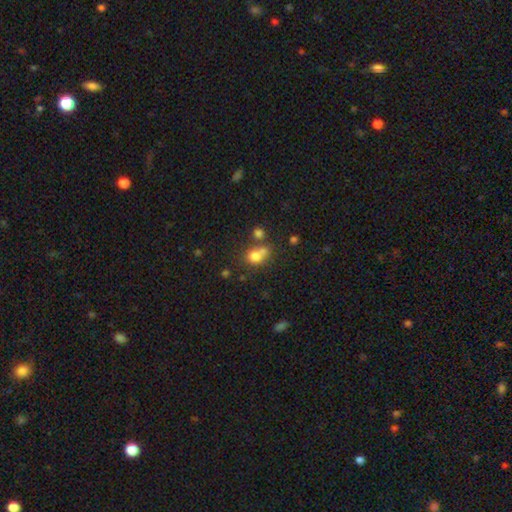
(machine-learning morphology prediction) A smooth galaxy with no disk features (76%) that is round (55%).

Vote fractions:
- Smooth or featured? smooth: 76% / star or artifact: 13% / featured or disk: 11%
- How rounded? round: 55% / in between: 43% / cigar-shaped: 2%
- Merging? none: 40% / merger: 37% / minor disturbance: 15% / major disturbance: 9%